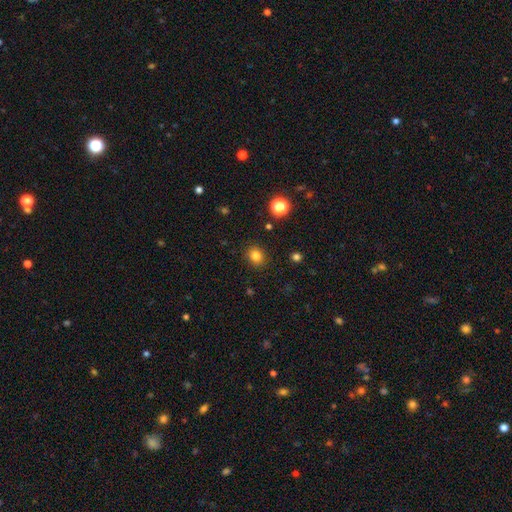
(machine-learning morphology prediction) Smooth or featured? Predicted: smooth (p=0.82). How rounded? Predicted: round (p=0.69). Merging? Predicted: none (p=0.89).